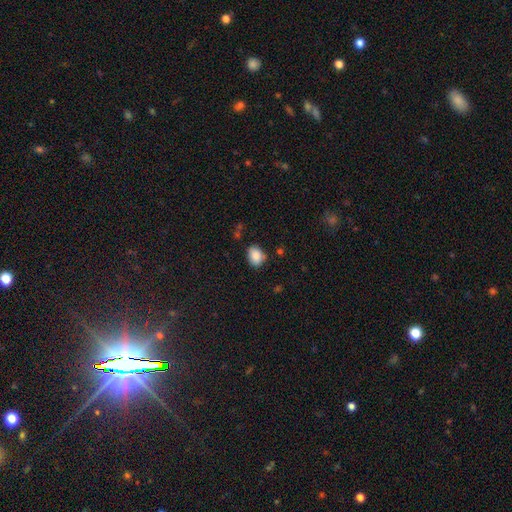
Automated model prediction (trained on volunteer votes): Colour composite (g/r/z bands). It shows a smooth galaxy with no disk features (87%) that is in between round and cigar-shaped (70%). Merging: none (72%).